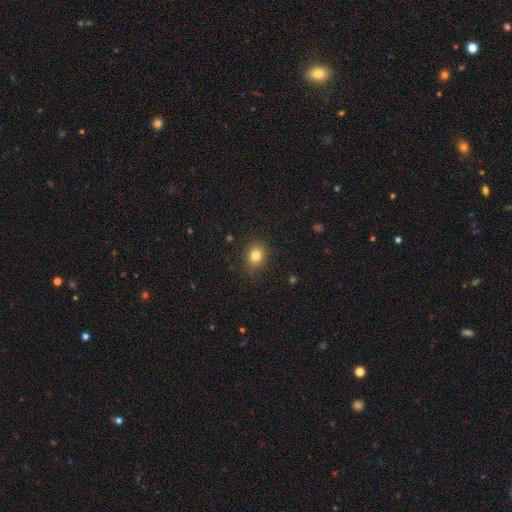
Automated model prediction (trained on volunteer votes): Overall: smooth (82%). How rounded: round (55%; in between 44%). Merging: none (87%).